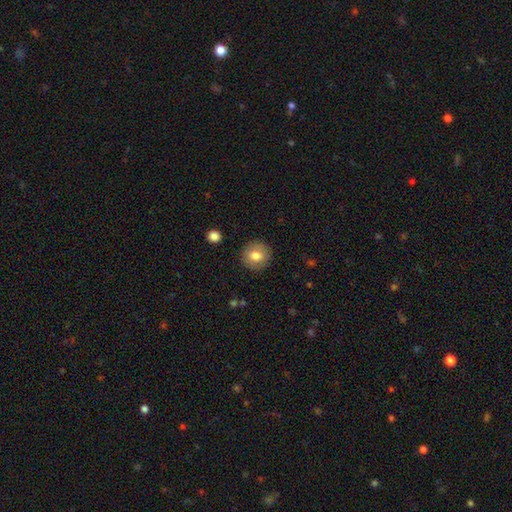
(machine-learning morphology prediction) Smooth or featured? smooth (78%)
How rounded? round (91%)
Merging? none (89%)